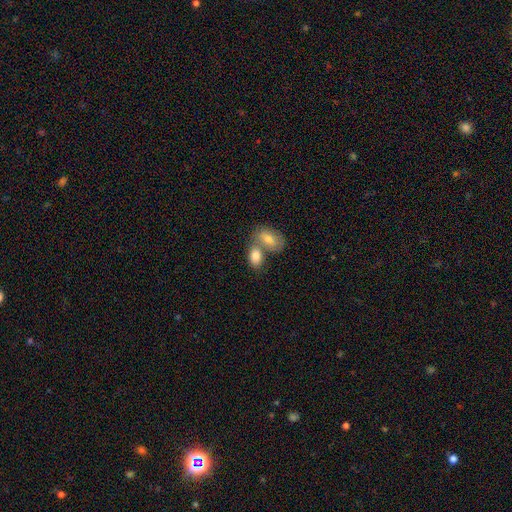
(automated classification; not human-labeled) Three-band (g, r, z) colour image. It shows a smooth galaxy with no disk features (79%) that is in between round and cigar-shaped (88%). Merging: merger (58%).